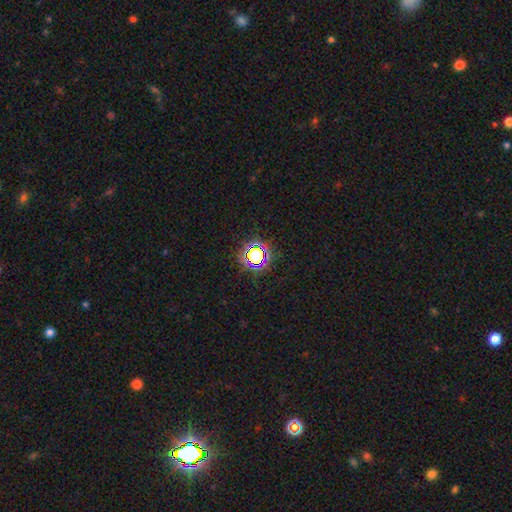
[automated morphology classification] This is likely a star or artifact rather than a galaxy (63%).